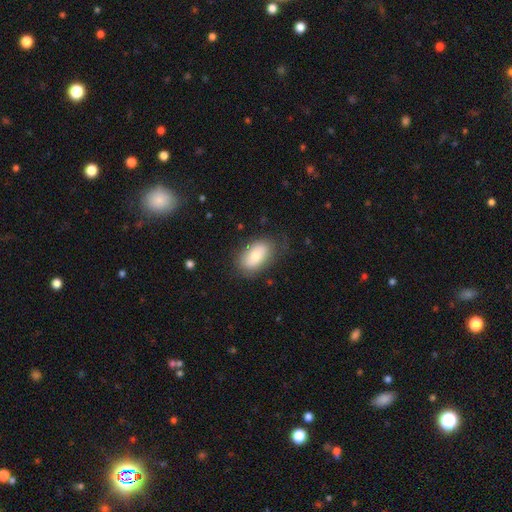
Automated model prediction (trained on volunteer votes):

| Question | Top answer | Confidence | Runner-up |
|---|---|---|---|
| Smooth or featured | smooth | 76% | featured or disk (17%) |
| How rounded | in between | 92% | round (5%) |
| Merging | none | 71% | minor disturbance (20%) |